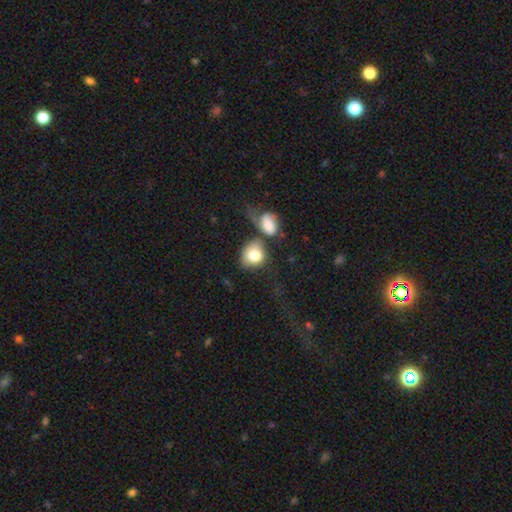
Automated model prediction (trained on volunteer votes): Overall: smooth (78%). How rounded: round (57%; in between 42%). Merging: merger (43%; none 26%).